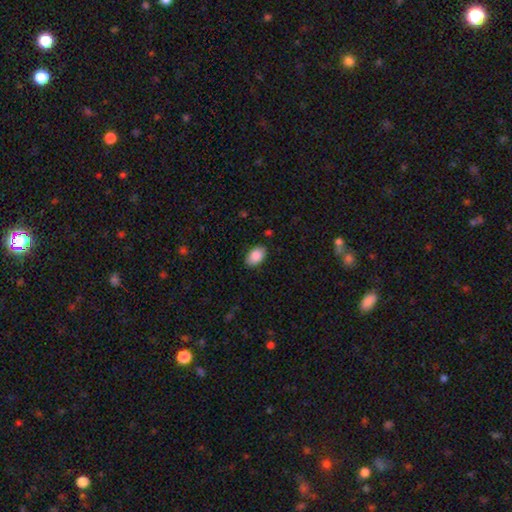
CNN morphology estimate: smooth 87%, star or artifact 7%, featured or disk 6%. Down the decision tree: how rounded — in between (91%); merging — none (86%).